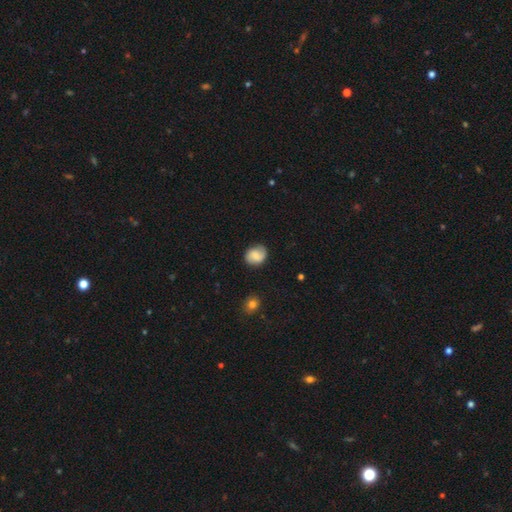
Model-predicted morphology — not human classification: Overall: smooth (62%; featured or disk 30%). How rounded: round (64%; in between 35%). Merging: none (81%).